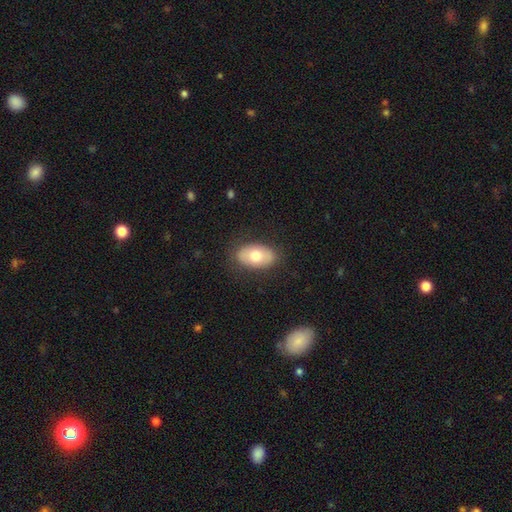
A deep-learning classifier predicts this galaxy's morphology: Smooth or featured? smooth (70%)
How rounded? in between (91%)
Merging? none (84%)